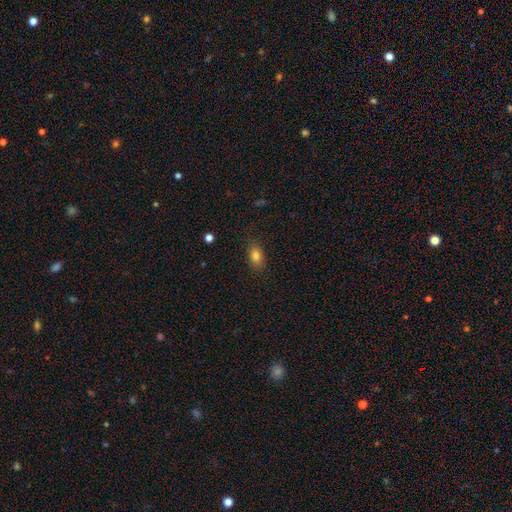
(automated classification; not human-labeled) Q: Smooth or featured?
A: smooth (82%); runner-up: star or artifact (10%)
Q: How rounded?
A: in between (83%); runner-up: round (14%)
Q: Merging?
A: none (84%); runner-up: minor disturbance (12%)